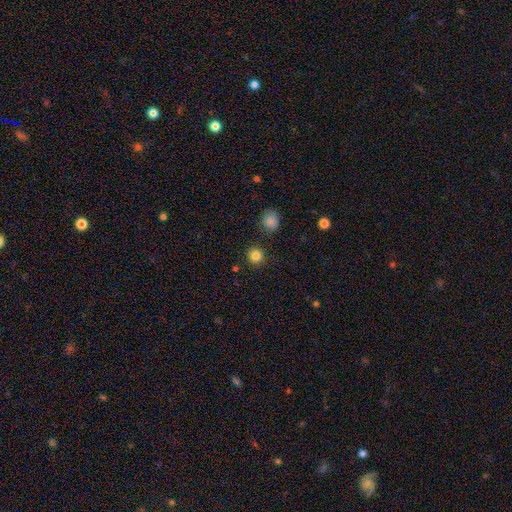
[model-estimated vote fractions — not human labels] This appears to be a smooth galaxy with no disk features (84%) that is round (90%). Merging: none (89%).